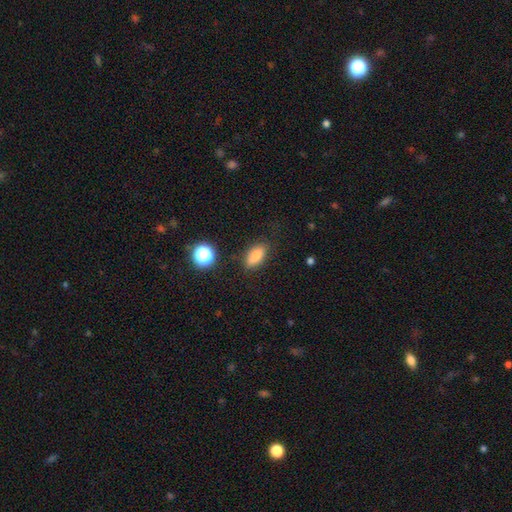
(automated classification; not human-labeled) smooth 82%, star or artifact 10%, featured or disk 7%. Down the decision tree: how rounded — in between (83%); merging — none (82%).